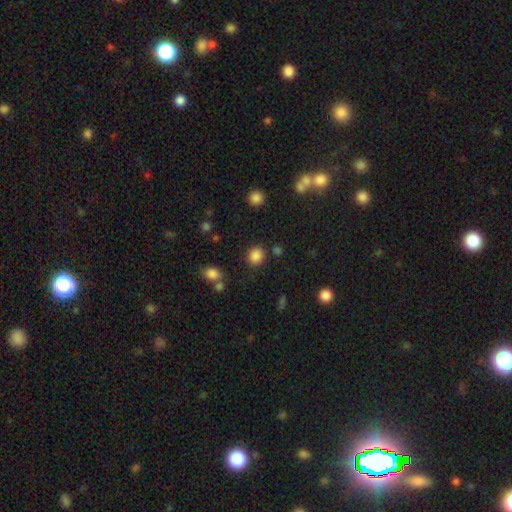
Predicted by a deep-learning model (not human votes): smooth_or_featured: smooth (p=0.85) [alt: star or artifact p=0.11]
how_rounded: round (p=0.78) [alt: in between p=0.21]
merging: none (p=0.83) [alt: minor disturbance p=0.09]